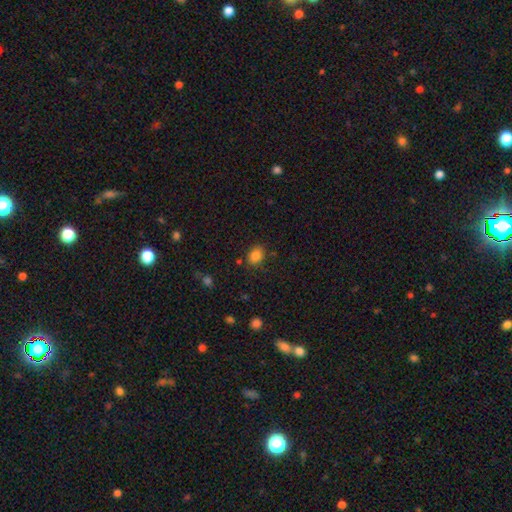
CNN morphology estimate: Smooth or featured?
  - smooth: 84% *
  - star or artifact: 11%
  - featured or disk: 5%
How rounded?
  - in between: 65% *
  - round: 34%
  - cigar-shaped: 1%
Merging?
  - none: 77% *
  - minor disturbance: 15%
  - major disturbance: 4%
  - merger: 4%